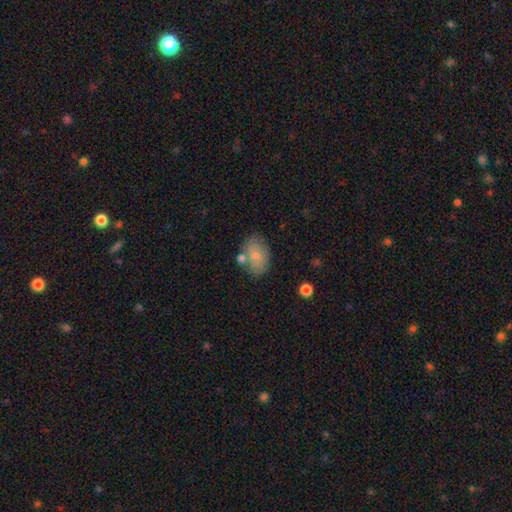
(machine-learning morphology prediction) Smooth or featured: smooth — 73% (featured or disk — 20%)
How rounded: in between — 84% (round — 15%)
Merging: none — 65% (minor disturbance — 18%)